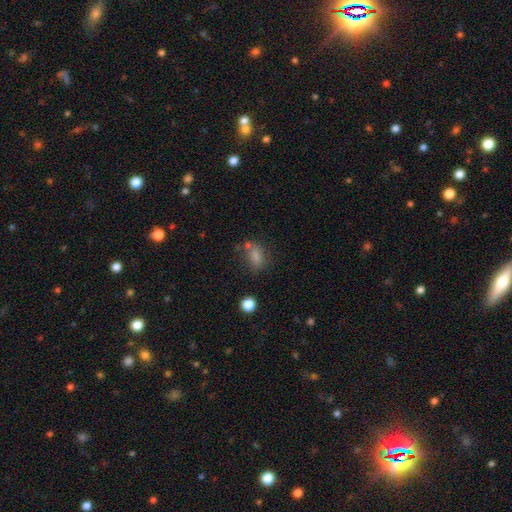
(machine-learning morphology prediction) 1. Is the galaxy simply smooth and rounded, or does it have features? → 69% smooth, 20% star or artifact, 11% featured or disk.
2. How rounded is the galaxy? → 72% in between, 24% round, 4% cigar-shaped.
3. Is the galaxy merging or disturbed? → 63% none, 17% minor disturbance, 12% merger, 8% major disturbance.